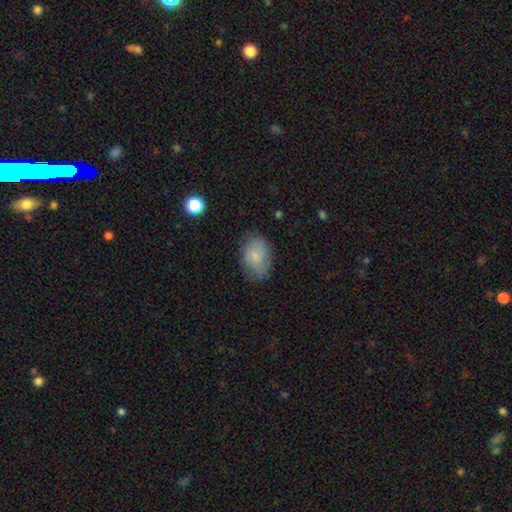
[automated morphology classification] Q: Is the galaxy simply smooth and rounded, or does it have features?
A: smooth — 75%.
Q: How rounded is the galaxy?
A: in between — 83%.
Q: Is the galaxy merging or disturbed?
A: none — 73%.